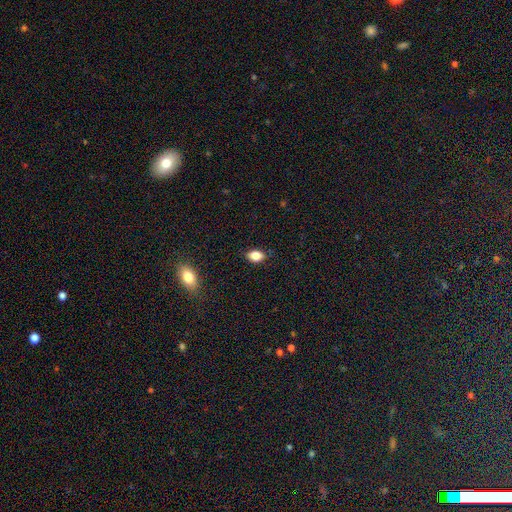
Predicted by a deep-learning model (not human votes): Smooth or featured? Predicted: smooth (p=0.84). How rounded? Predicted: in between (p=0.83). Merging? Predicted: none (p=0.85).